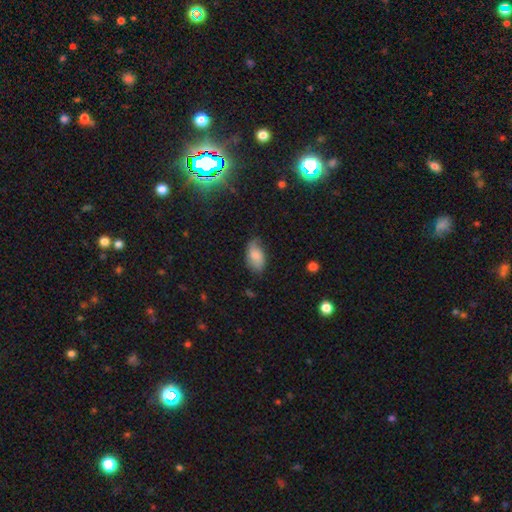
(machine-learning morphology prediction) Overall: smooth (67%). How rounded: in between (93%). Merging: none (60%; minor disturbance 30%).